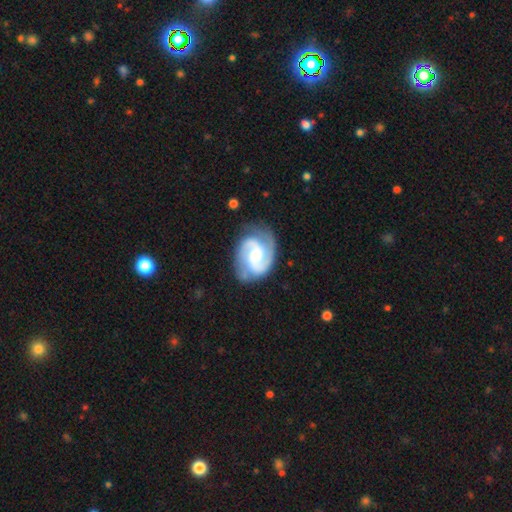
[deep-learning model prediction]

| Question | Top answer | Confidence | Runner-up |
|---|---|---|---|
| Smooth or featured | featured or disk | 89% | smooth (7%) |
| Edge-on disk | no | 98% | yes (2%) |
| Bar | weak | 45% | no (43%) |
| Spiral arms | yes | 98% | no (2%) |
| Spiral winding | medium | 53% | tight (33%) |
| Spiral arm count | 2 | 87% | 3 (5%) |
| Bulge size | moderate | 53% | small (28%) |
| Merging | none | 74% | minor disturbance (18%) |